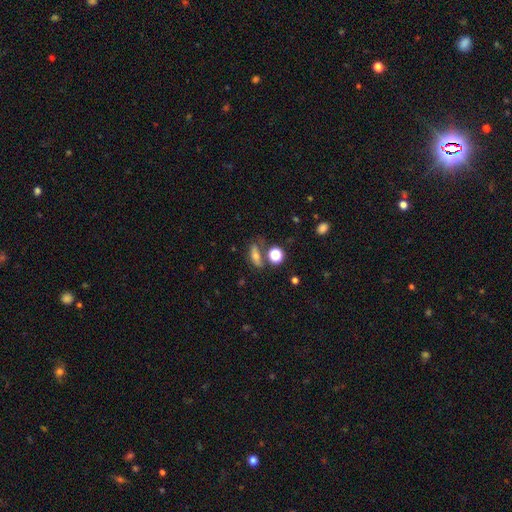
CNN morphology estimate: smooth-or-featured: smooth: 60% | featured or disk: 25% | star or artifact: 16%
  how-rounded: in between: 57% | cigar-shaped: 25% | round: 19%
  merging: none: 54% | minor disturbance: 20% | merger: 15% | major disturbance: 12%